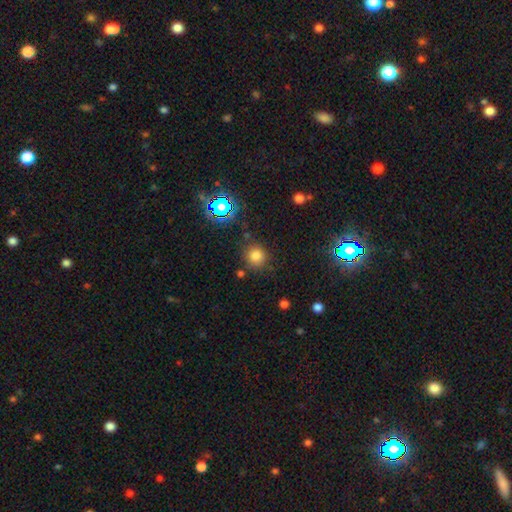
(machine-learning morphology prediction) Smooth or featured? Predicted: smooth (p=0.76). How rounded? Predicted: round (p=0.91). Merging? Predicted: none (p=0.82).